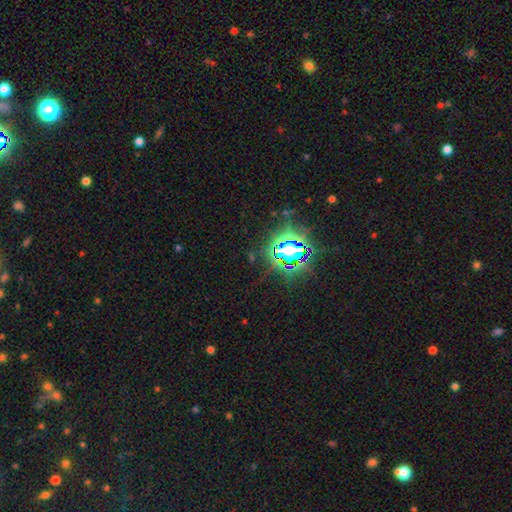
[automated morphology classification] star or artifact 81%, smooth 11%, featured or disk 9%.